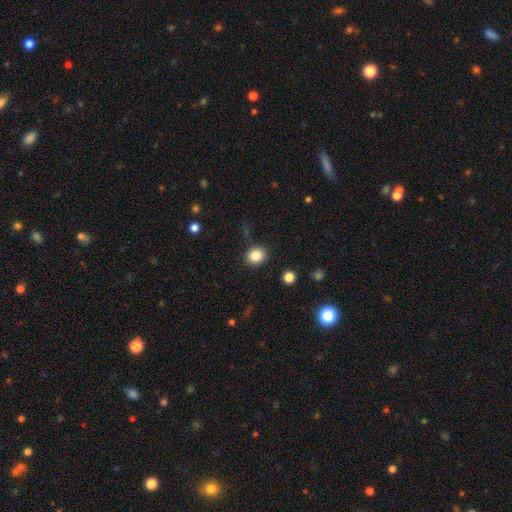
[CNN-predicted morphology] Overall: smooth (85%). How rounded: round (72%). Merging: none (86%).